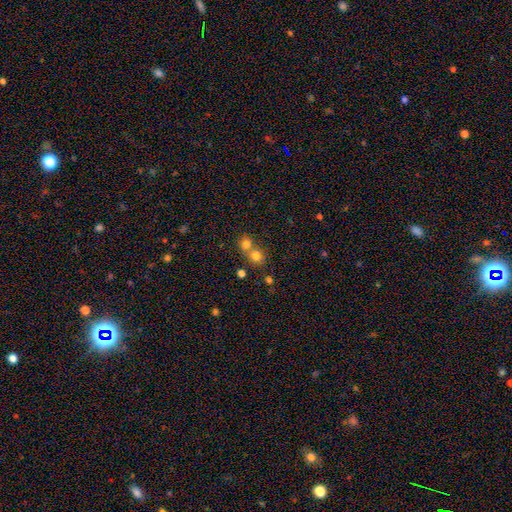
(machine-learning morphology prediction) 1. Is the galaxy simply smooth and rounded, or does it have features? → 76% smooth, 15% star or artifact, 9% featured or disk.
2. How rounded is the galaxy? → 82% round, 17% in between, 1% cigar-shaped.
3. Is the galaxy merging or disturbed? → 48% merger, 45% none, 5% minor disturbance, 2% major disturbance.